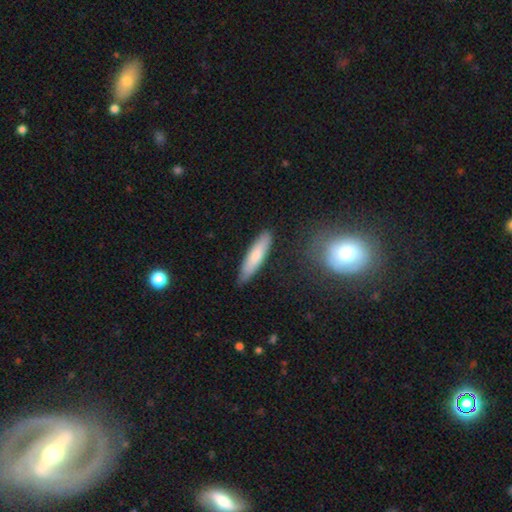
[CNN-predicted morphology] This appears to be a smooth galaxy with no disk features (76%) that is cigar-shaped (74%). Merging: none (84%).